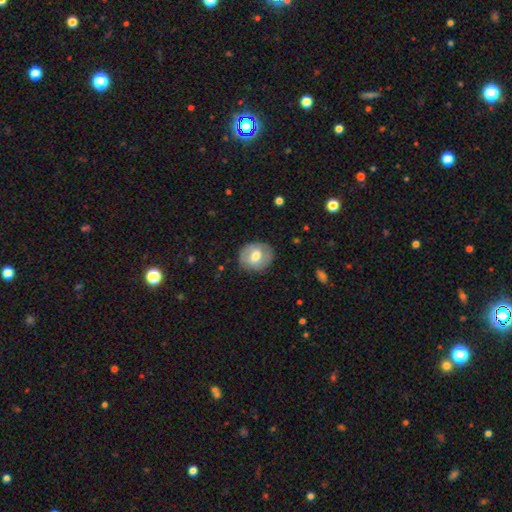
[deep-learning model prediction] Smooth or featured? smooth (57%)
How rounded? round (70%)
Merging? none (82%)